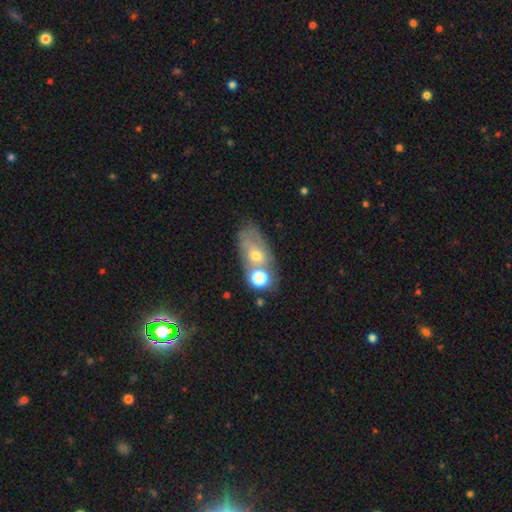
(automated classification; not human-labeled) Overall: featured or disk (42%; smooth 35%). Merging: none (46%; merger 26%).